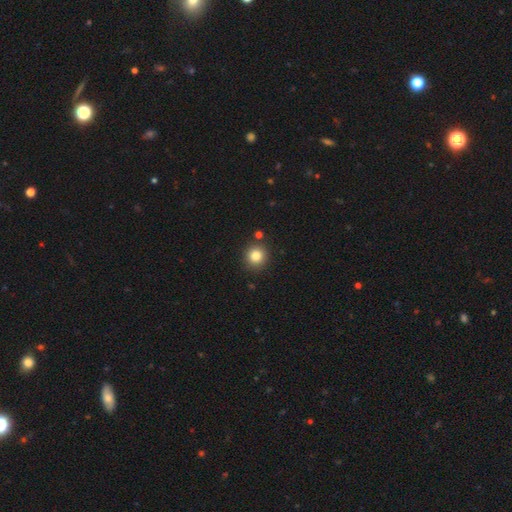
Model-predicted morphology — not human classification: This is clearly a smooth galaxy (82%). How rounded: clearly round (92%). Merging: clearly none (87%).